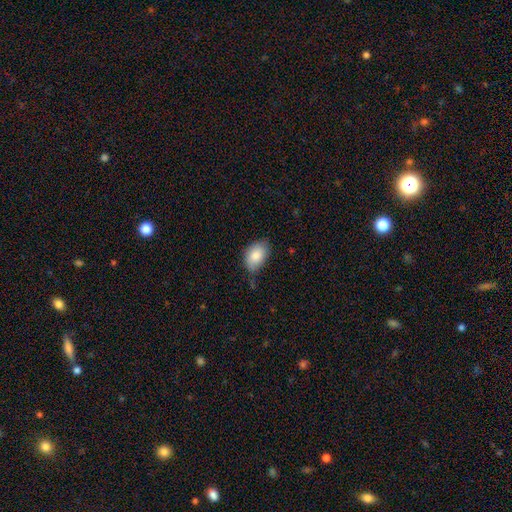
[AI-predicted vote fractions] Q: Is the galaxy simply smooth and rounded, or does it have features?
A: smooth — 85%.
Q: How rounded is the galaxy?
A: in between — 88%.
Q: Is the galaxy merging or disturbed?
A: none — 69%.